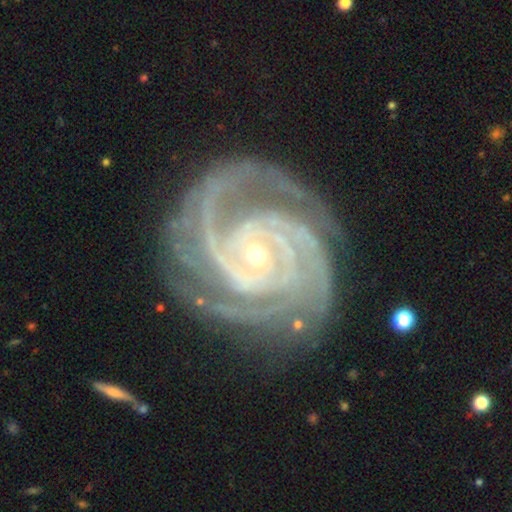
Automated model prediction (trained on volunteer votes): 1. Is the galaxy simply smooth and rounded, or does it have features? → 94% featured or disk, 4% star or artifact, 2% smooth.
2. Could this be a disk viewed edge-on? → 98% no, 2% yes.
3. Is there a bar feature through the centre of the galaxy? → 63% no, 25% weak, 12% strong.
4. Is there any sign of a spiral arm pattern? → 99% yes, 1% no.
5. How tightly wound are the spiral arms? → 75% tight, 21% medium, 3% loose.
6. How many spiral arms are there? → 30% 2, 27% 3, 15% 4, 12% can't tell, 9% more than 4, 8% 1.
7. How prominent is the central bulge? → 58% small, 39% moderate, 2% large, 1% none, 1% dominant.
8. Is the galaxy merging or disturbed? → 74% none, 16% minor disturbance, 8% major disturbance, 2% merger.